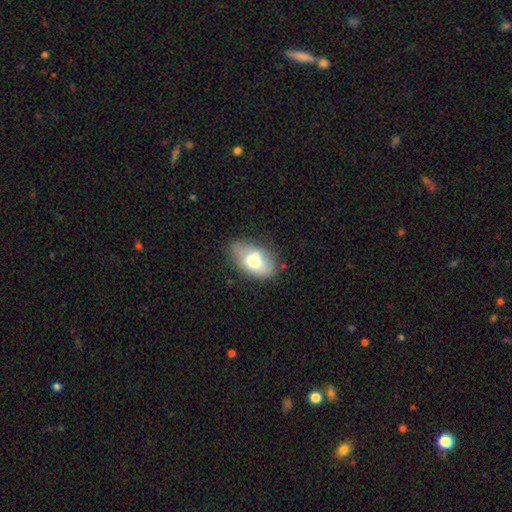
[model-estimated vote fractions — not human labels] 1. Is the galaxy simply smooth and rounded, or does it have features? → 65% smooth, 27% featured or disk, 8% star or artifact.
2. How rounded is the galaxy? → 88% in between, 10% round, 2% cigar-shaped.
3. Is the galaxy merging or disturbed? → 50% none, 26% minor disturbance, 15% merger, 9% major disturbance.